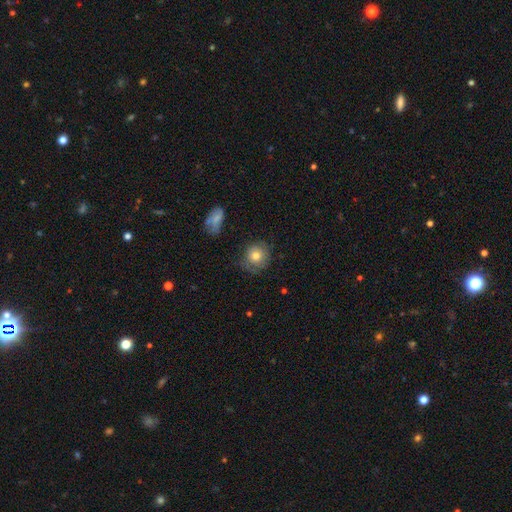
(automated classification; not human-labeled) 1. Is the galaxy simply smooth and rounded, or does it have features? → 71% smooth, 20% featured or disk, 9% star or artifact.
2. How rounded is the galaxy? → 89% round, 10% in between, 1% cigar-shaped.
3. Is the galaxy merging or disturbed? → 68% none, 22% minor disturbance, 8% major disturbance, 2% merger.